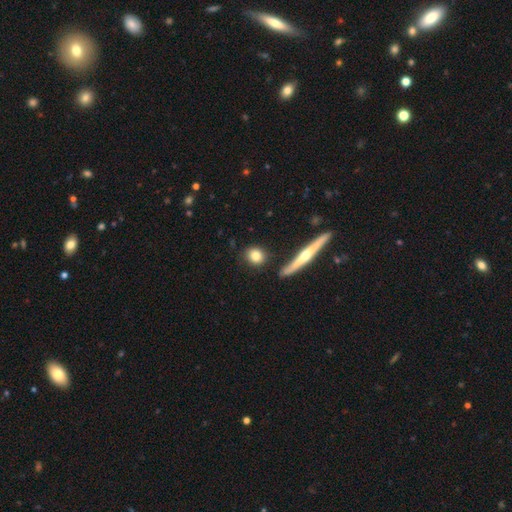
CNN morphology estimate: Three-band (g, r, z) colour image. It shows a smooth galaxy with no disk features (79%) that is round (69%). Merging: none (83%).